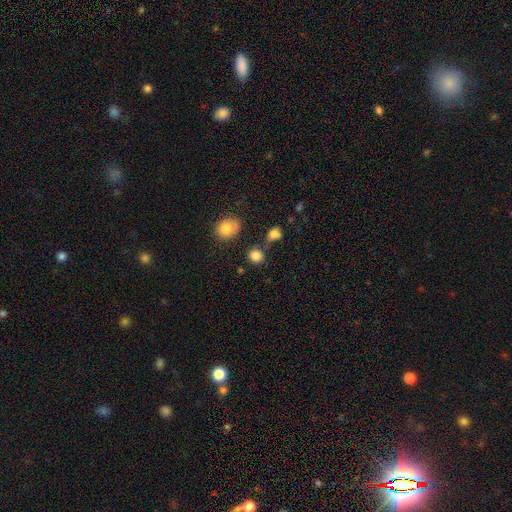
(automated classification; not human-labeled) Smooth or featured? Predicted: smooth (p=0.82). How rounded? Predicted: round (p=0.85). Merging? Predicted: none (p=0.72).